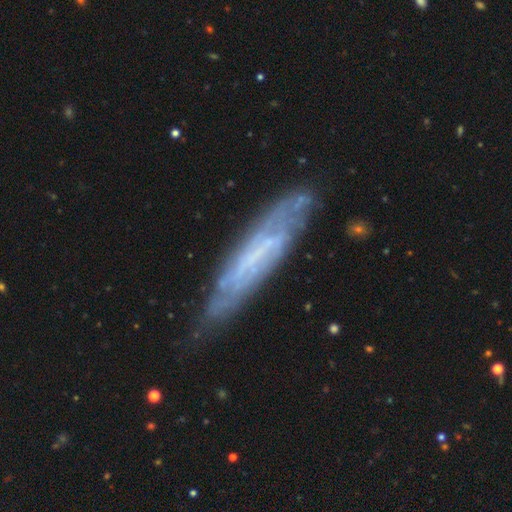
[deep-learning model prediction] Smooth or featured? Predicted: featured or disk (p=0.67). Edge-on disk? Predicted: yes (p=0.51). Merging? Predicted: none (p=0.71).